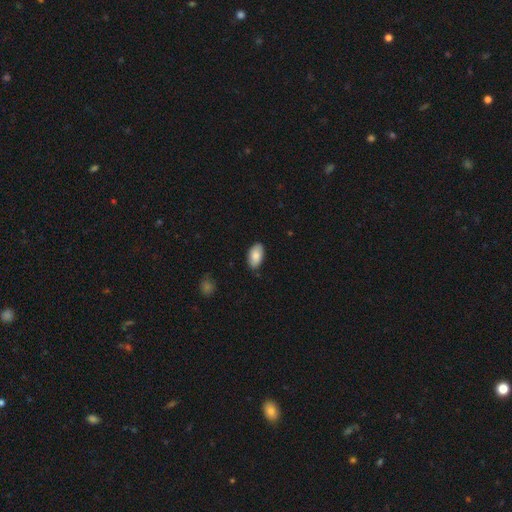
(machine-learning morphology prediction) Smooth or featured: smooth — 85% (featured or disk — 8%)
How rounded: in between — 95% (round — 3%)
Merging: none — 84% (minor disturbance — 13%)